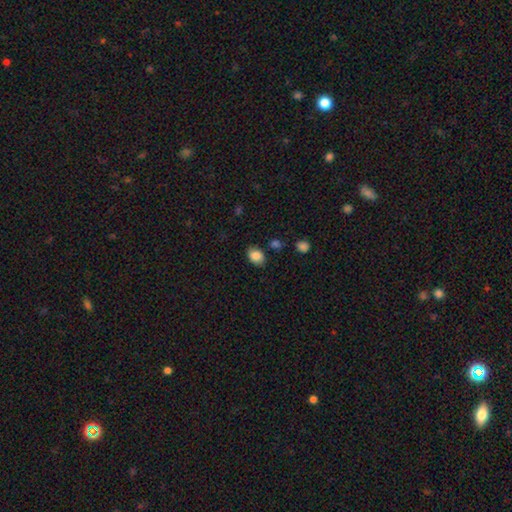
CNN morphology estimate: Smooth or featured?
  - smooth: 85% *
  - star or artifact: 9%
  - featured or disk: 6%
How rounded?
  - in between: 68% *
  - round: 31%
  - cigar-shaped: 1%
Merging?
  - none: 80% *
  - minor disturbance: 13%
  - merger: 4%
  - major disturbance: 3%